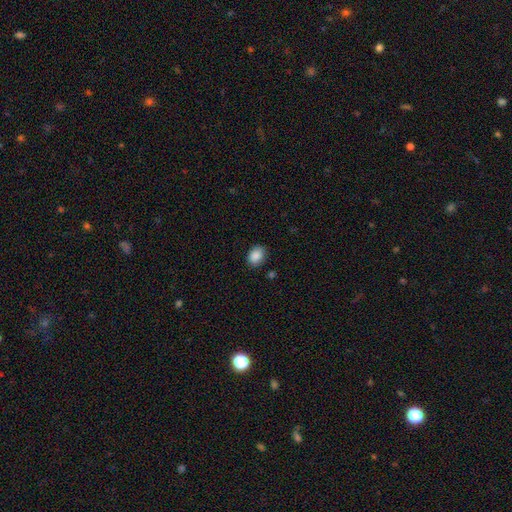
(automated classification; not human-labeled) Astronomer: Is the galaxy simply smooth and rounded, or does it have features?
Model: smooth — 88%.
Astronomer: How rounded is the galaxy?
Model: in between — 59% (runner-up: round, 40%).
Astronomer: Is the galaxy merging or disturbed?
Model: none — 85%.